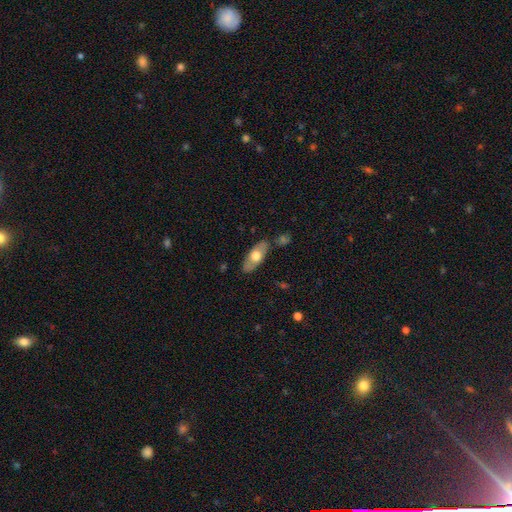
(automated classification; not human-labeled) smooth-or-featured: smooth: 56% | featured or disk: 38% | star or artifact: 6%
  how-rounded: in between: 81% | cigar-shaped: 15% | round: 4%
  merging: none: 79% | minor disturbance: 14% | merger: 4% | major disturbance: 3%